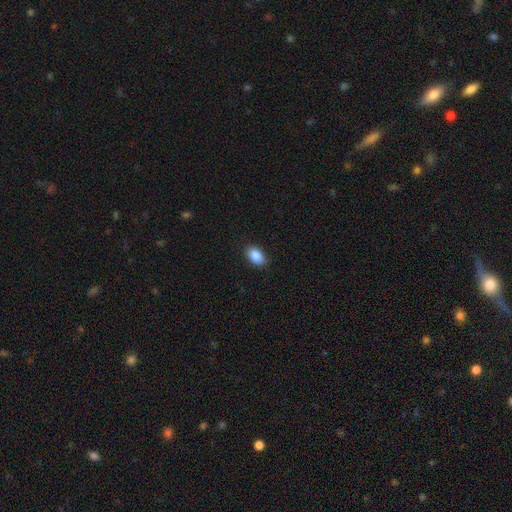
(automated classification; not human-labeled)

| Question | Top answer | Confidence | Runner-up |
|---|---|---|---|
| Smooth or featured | smooth | 89% | star or artifact (7%) |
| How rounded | in between | 90% | round (9%) |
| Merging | none | 88% | minor disturbance (9%) |